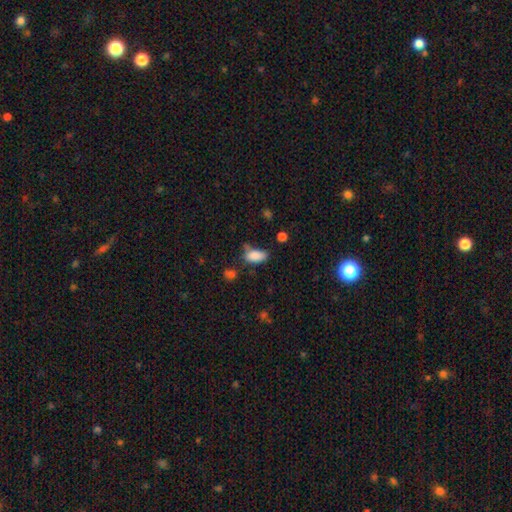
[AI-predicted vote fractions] Q: Smooth or featured?
A: smooth (85%); runner-up: star or artifact (9%)
Q: How rounded?
A: in between (89%); runner-up: cigar-shaped (8%)
Q: Merging?
A: none (56%); runner-up: minor disturbance (27%)